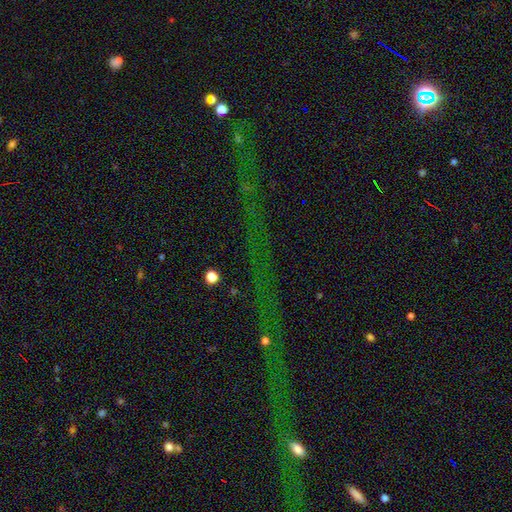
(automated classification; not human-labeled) Smooth or featured? star or artifact (79%)